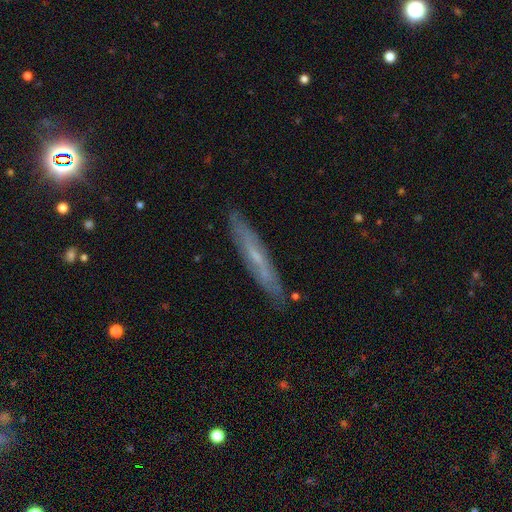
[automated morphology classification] A featured or disk galaxy (58%) viewed edge-on (72%).

Vote fractions:
- Smooth or featured? featured or disk: 58% / smooth: 35% / star or artifact: 7%
- Edge-on disk? yes: 72% / no: 28%
- Merging? none: 85% / minor disturbance: 11% / major disturbance: 2% / merger: 1%